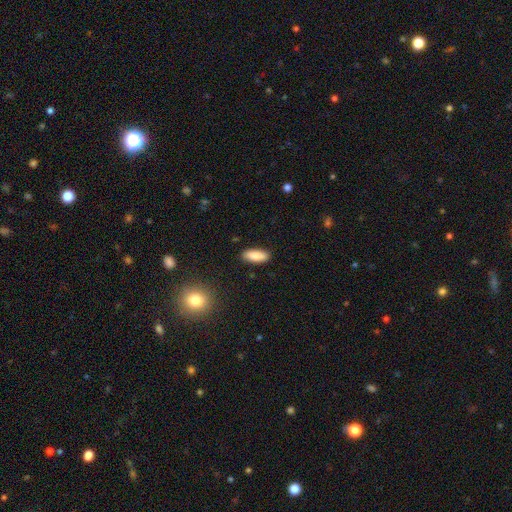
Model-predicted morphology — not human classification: Smooth or featured: smooth — 88% (star or artifact — 6%)
How rounded: in between — 75% (cigar-shaped — 23%)
Merging: none — 88% (minor disturbance — 9%)